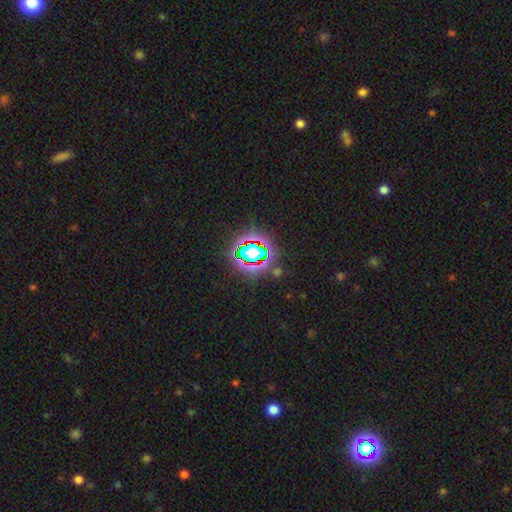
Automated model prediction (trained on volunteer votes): Q: Smooth or featured?
A: star or artifact (67%); runner-up: smooth (21%)